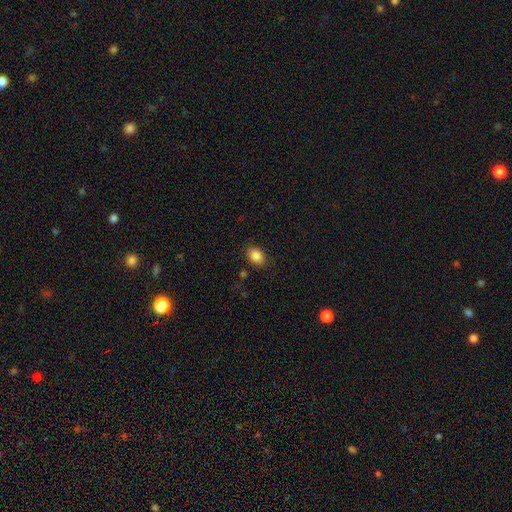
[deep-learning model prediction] The model was most divided on "how rounded": in between: 74%, round: 25%, cigar-shaped: 1%. More confident: smooth or featured — smooth (86%); merging — none (85%).